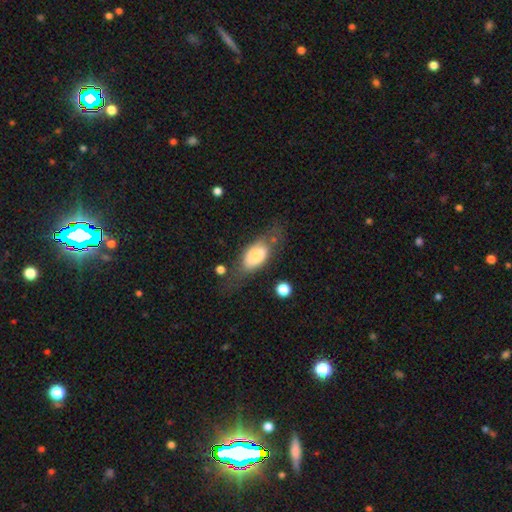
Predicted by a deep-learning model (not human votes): This is likely a smooth galaxy (66%). How rounded: clearly in between (83%). Merging: possibly none (52%).